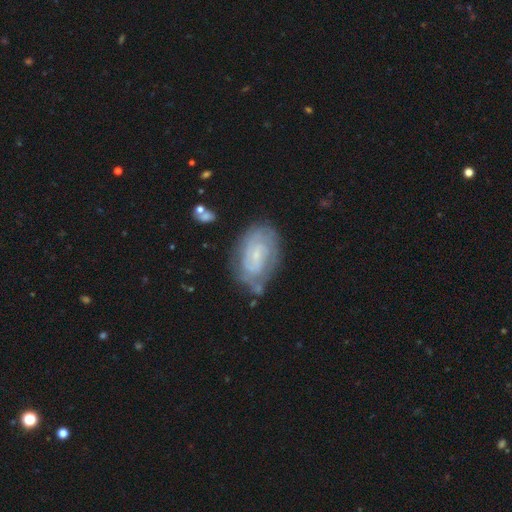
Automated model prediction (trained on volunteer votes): A featured or disk galaxy (76%) with no bar (45%, tied with weak), 2 (40%) tight (63%) spiral arms (90%) and a small central bulge (77%). Merging: none (66%).